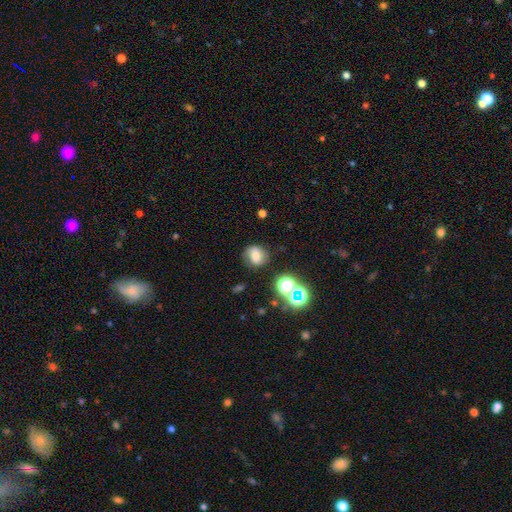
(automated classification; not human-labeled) smooth-or-featured: smooth: 59% | featured or disk: 23% | star or artifact: 18%
  how-rounded: round: 66% | in between: 32% | cigar-shaped: 1%
  merging: none: 73% | minor disturbance: 17% | major disturbance: 7% | merger: 4%